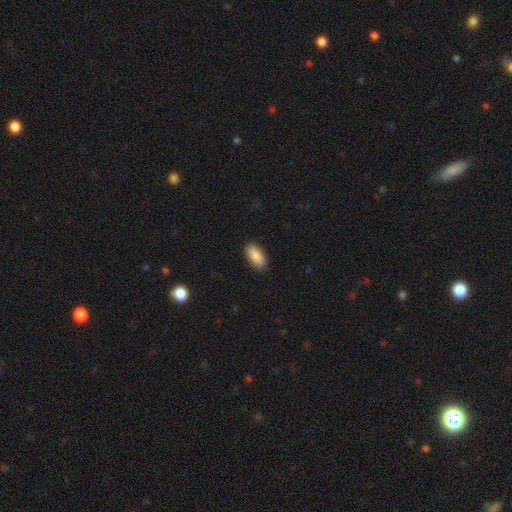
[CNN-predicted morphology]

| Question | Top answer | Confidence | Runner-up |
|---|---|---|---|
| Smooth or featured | smooth | 90% | star or artifact (6%) |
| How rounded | in between | 89% | cigar-shaped (9%) |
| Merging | none | 89% | minor disturbance (8%) |